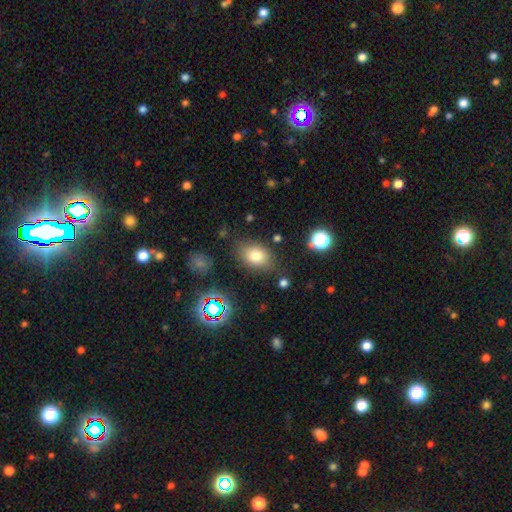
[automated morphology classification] smooth_or_featured: smooth (p=0.75) [alt: star or artifact p=0.13]
how_rounded: in between (p=0.74) [alt: round p=0.24]
merging: none (p=0.78) [alt: minor disturbance p=0.14]